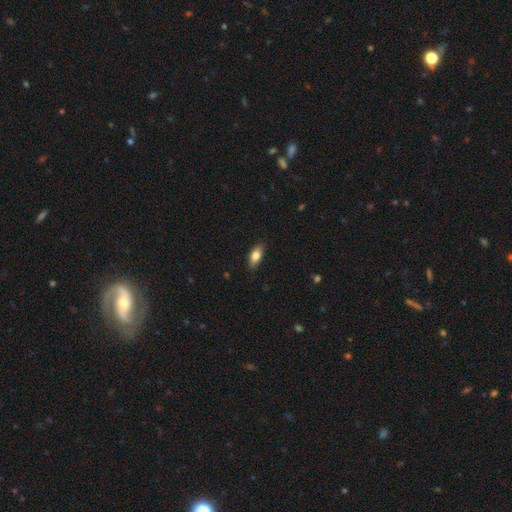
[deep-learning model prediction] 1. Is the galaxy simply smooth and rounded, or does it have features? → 79% smooth, 14% featured or disk, 7% star or artifact.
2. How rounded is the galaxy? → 83% in between, 13% cigar-shaped, 4% round.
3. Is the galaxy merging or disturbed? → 87% none, 10% minor disturbance, 2% major disturbance, 1% merger.